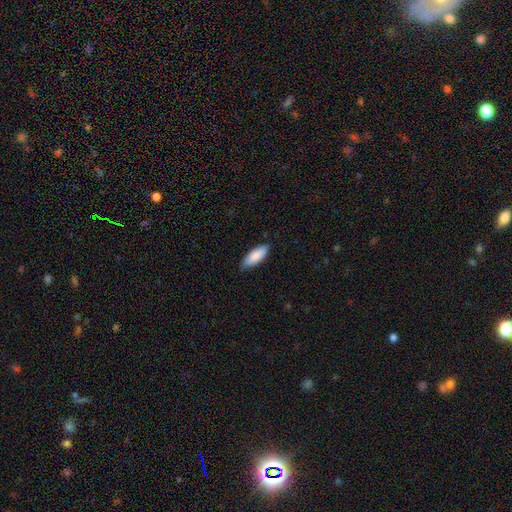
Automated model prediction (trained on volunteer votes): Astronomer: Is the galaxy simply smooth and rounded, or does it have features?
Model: smooth — 87%.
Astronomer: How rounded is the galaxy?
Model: in between — 73%.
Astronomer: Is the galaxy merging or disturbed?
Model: none — 82%.